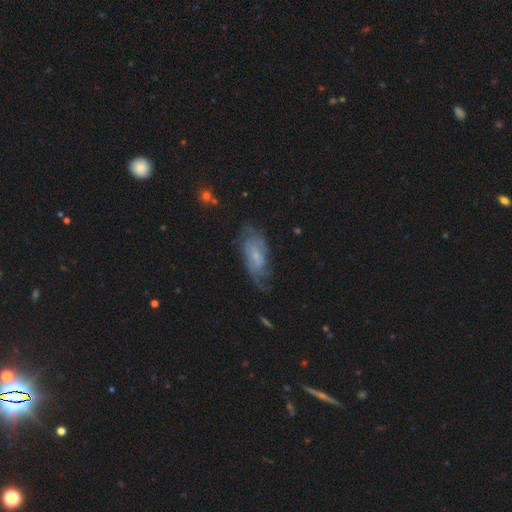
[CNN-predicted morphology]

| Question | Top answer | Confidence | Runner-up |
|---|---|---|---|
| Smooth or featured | featured or disk | 67% | smooth (25%) |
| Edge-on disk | no | 91% | yes (9%) |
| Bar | no | 61% | weak (33%) |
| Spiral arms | yes | 87% | no (13%) |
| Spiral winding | tight | 43% | medium (38%) |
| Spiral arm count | can't tell | 44% | 2 (31%) |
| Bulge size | small | 61% | moderate (23%) |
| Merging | none | 59% | minor disturbance (23%) |